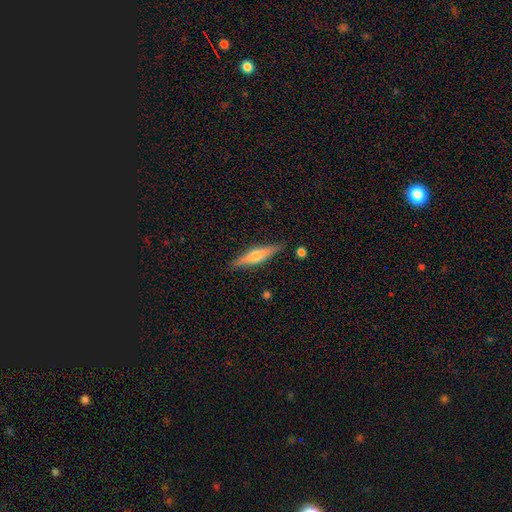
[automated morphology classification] type=featured or disk (56%); edge-on=yes (95%); edge-on bulge=rounded (87%); merging=none (88%).